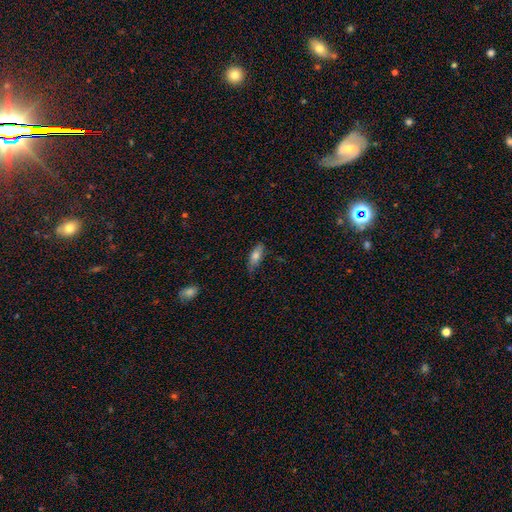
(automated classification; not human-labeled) Smooth or featured: smooth — 74% (featured or disk — 19%)
How rounded: in between — 75% (cigar-shaped — 22%)
Merging: none — 72% (minor disturbance — 22%)